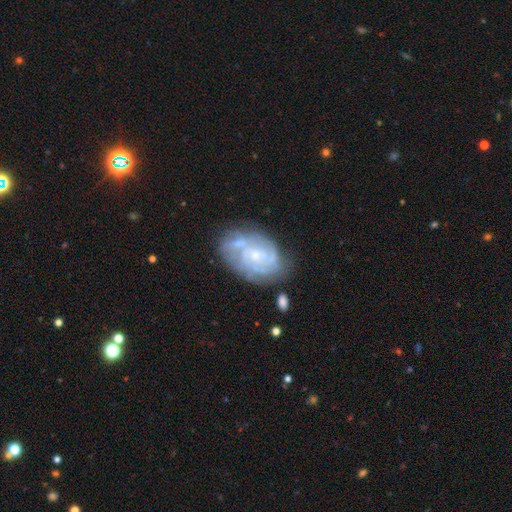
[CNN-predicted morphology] Smooth or featured?
  - featured or disk: 76% *
  - smooth: 17%
  - star or artifact: 7%
Edge-on disk?
  - no: 97% *
  - yes: 3%
Bar?
  - no: 71% *
  - weak: 25%
  - strong: 4%
Spiral arms?
  - yes: 83% *
  - no: 17%
Spiral winding?
  - tight: 59% *
  - medium: 31%
  - loose: 10%
Spiral arm count?
  - can't tell: 44% *
  - 2: 20%
  - 3: 18%
  - 4: 9%
  - 1: 5%
  - more than 4: 4%
Bulge size?
  - small: 66% *
  - moderate: 24%
  - none: 7%
  - large: 2%
  - dominant: 1%
Merging?
  - none: 60% *
  - minor disturbance: 22%
  - major disturbance: 10%
  - merger: 8%